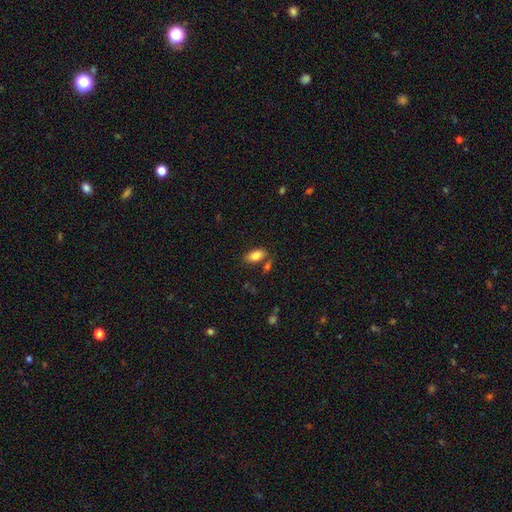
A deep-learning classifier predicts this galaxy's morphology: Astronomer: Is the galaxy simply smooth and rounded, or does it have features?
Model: smooth — 84%.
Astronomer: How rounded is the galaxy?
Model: in between — 92%.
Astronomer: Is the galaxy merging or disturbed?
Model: none — 75%.